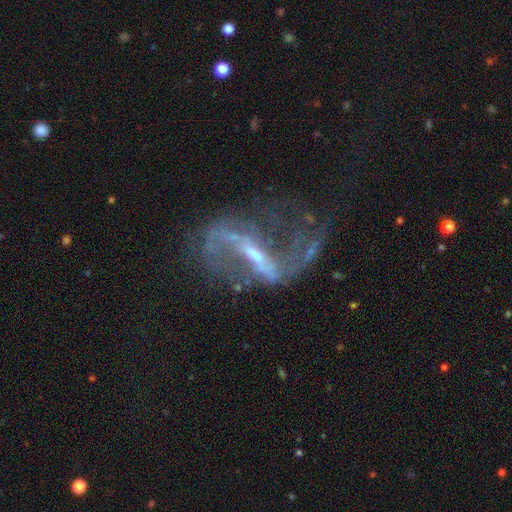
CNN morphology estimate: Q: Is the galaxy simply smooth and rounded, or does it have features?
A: featured or disk — 85%.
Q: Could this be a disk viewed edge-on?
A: no — 91%.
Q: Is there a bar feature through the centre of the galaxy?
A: strong — 53%.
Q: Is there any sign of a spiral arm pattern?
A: yes — 82%.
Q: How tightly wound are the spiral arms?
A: loose — 71%.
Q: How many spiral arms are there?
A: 2 — 80%.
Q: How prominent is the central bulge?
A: small — 56%.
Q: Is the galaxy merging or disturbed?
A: major disturbance — 39%.